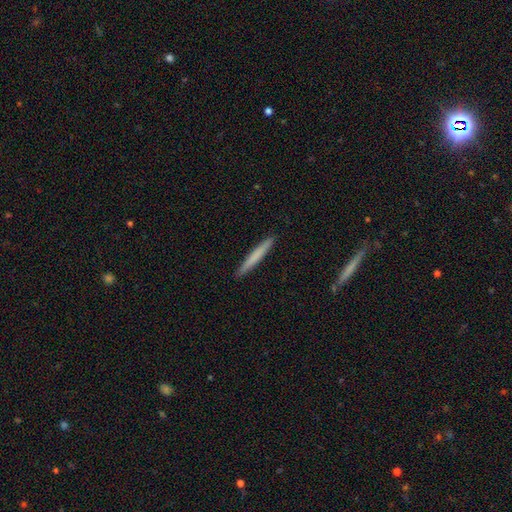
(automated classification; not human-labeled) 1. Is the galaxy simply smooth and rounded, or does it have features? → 69% smooth, 25% featured or disk, 5% star or artifact.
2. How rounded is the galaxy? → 97% cigar-shaped, 2% in between, 1% round.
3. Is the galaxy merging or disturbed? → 92% none, 6% minor disturbance, 1% major disturbance, 1% merger.